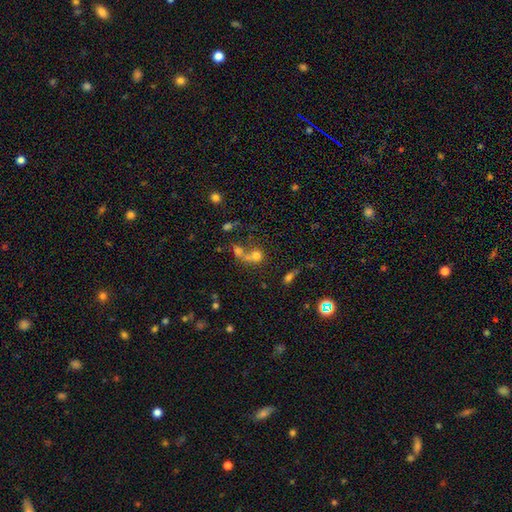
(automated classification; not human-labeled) smooth_or_featured: smooth (p=0.64) [alt: featured or disk p=0.18]
how_rounded: round (p=0.71) [alt: in between p=0.27]
merging: merger (p=0.59) [alt: none p=0.27]